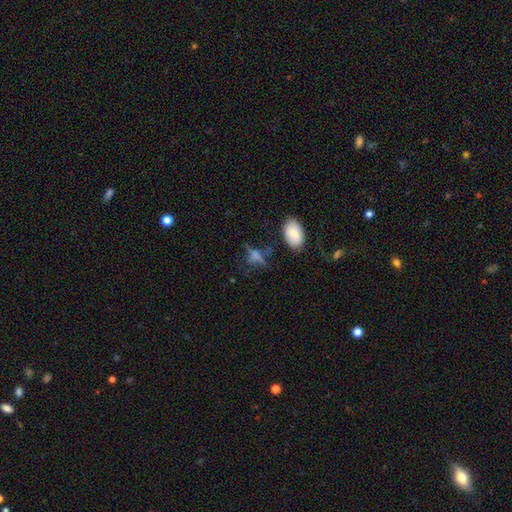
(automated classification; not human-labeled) Smooth or featured: smooth — 53% (featured or disk — 27%)
How rounded: in between — 54% (round — 31%)
Merging: none — 64% (minor disturbance — 16%)